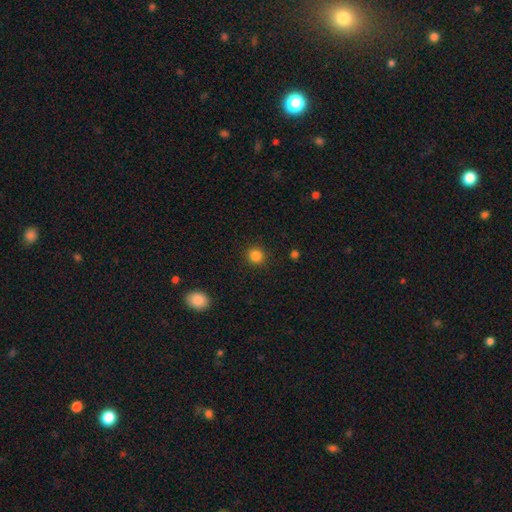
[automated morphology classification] Overall: smooth (84%). How rounded: round (93%). Merging: none (91%).